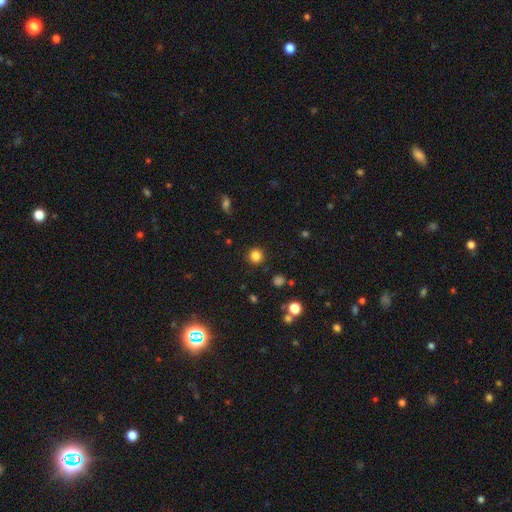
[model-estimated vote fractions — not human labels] Q: Smooth or featured?
A: smooth (83%); runner-up: star or artifact (13%)
Q: How rounded?
A: round (94%); runner-up: in between (5%)
Q: Merging?
A: none (90%); runner-up: minor disturbance (6%)